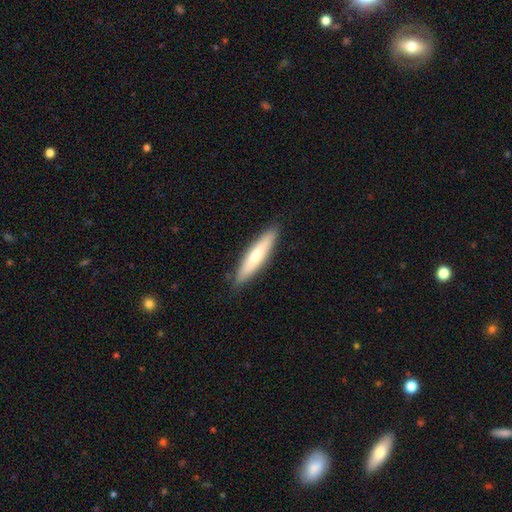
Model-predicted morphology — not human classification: type=smooth (60%); roundness=cigar-shaped (86%); merging=none (89%).